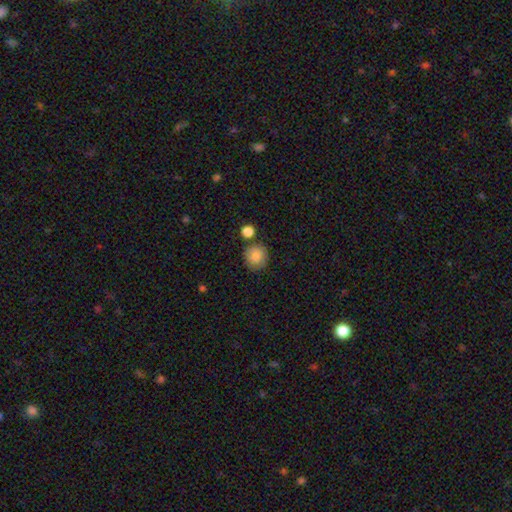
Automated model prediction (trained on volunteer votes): Smooth or featured? Predicted: smooth (p=0.86). How rounded? Predicted: round (p=0.89). Merging? Predicted: none (p=0.78).